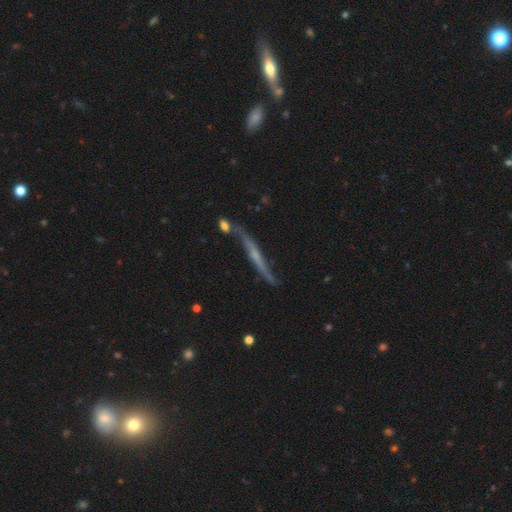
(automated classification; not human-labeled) Overall: featured or disk (73%). Edge-on disk: yes (83%). Edge-on bulge: none (49%; rounded 39%). Merging: none (57%; minor disturbance 21%).